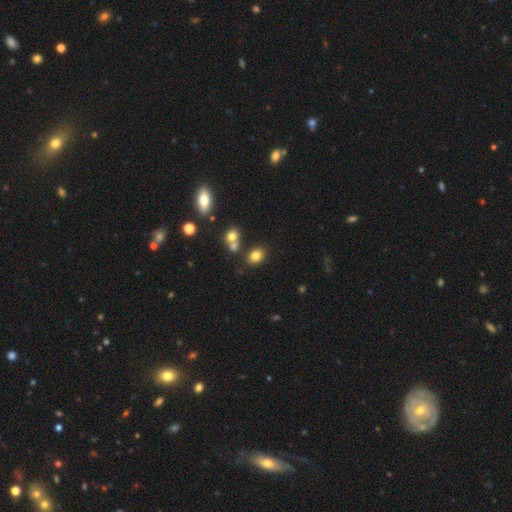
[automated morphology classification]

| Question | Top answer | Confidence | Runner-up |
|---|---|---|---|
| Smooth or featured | smooth | 81% | star or artifact (12%) |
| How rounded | in between | 67% | round (32%) |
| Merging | none | 73% | merger (12%) |